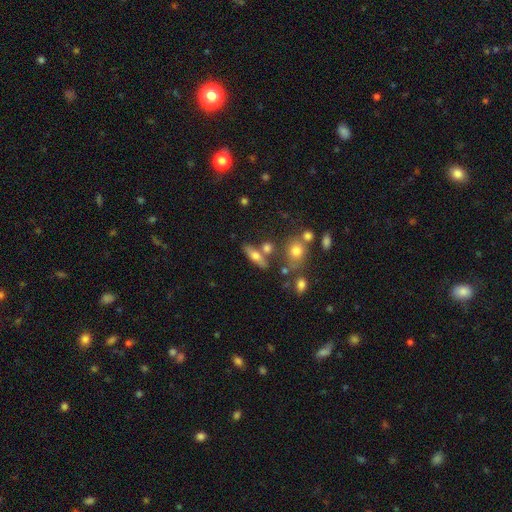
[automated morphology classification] A smooth galaxy with no disk features (57%) that is in between round and cigar-shaped (50%). Merging: none (64%).